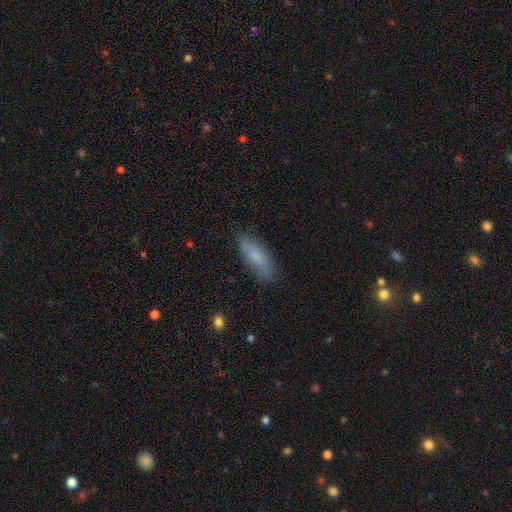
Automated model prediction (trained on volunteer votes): This is likely a smooth galaxy (77%). How rounded: likely in between (64%). Merging: likely none (78%).